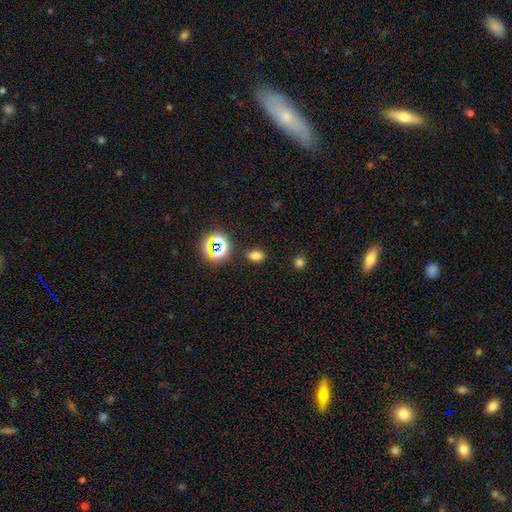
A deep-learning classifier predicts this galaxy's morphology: Smooth or featured? Predicted: smooth (p=0.68). How rounded? Predicted: in between (p=0.82). Merging? Predicted: none (p=0.83).